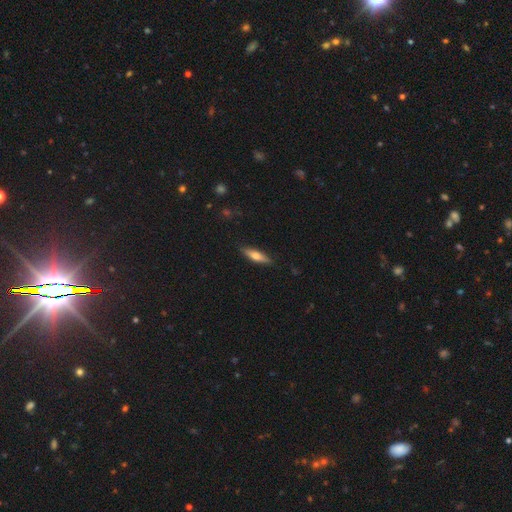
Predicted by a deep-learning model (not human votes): Smooth or featured? smooth (55%)
How rounded? cigar-shaped (68%)
Merging? none (87%)